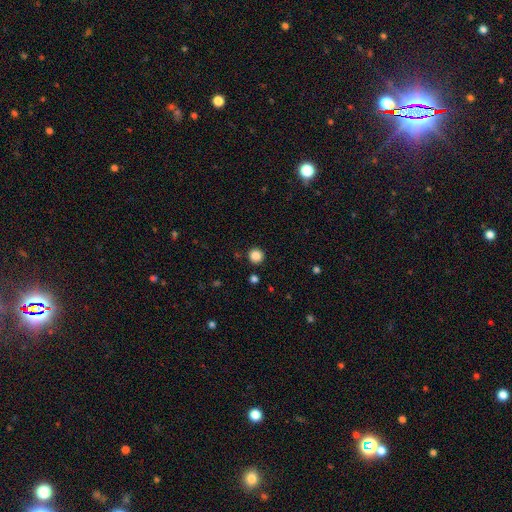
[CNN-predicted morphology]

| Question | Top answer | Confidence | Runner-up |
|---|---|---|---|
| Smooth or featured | smooth | 86% | star or artifact (11%) |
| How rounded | round | 95% | in between (4%) |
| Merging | none | 91% | minor disturbance (5%) |